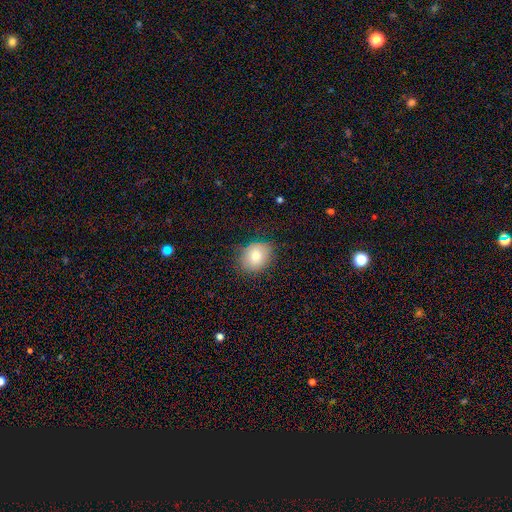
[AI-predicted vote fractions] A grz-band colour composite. It shows a smooth galaxy with no disk features (78%) that is round (54%). Merging: none (80%).